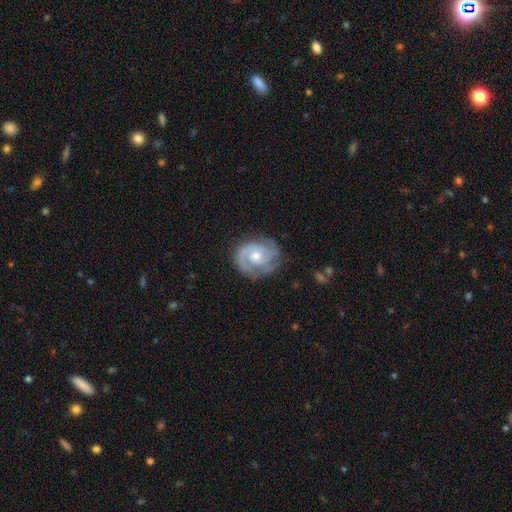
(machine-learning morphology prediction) This is clearly a featured or disk galaxy (84%). It is clearly not viewed edge-on (98%). Bar: likely no (70%). Spiral arm pattern: clearly yes (95%). Spiral arm count: possibly 2 (46%). Spiral winding: possibly tight (59%). Central bulge: likely moderate (63%). Merging: likely none (74%).